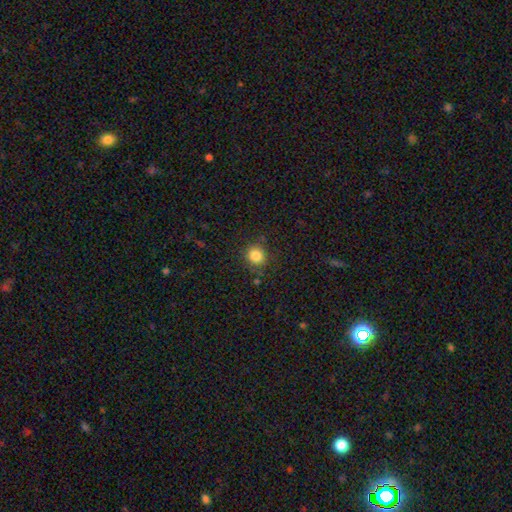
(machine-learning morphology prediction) smooth_or_featured: smooth (p=0.83) [alt: star or artifact p=0.12]
how_rounded: round (p=0.87) [alt: in between p=0.12]
merging: none (p=0.85) [alt: minor disturbance p=0.10]